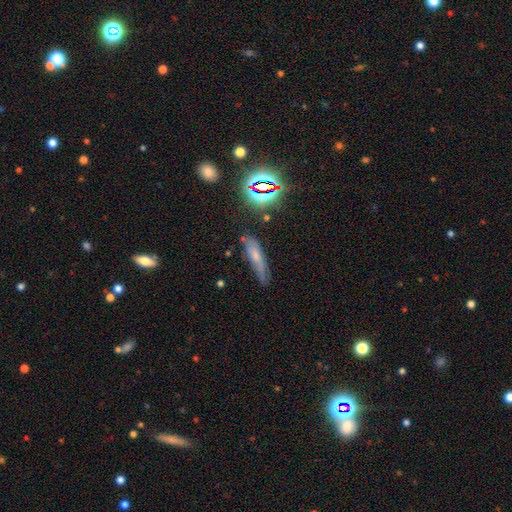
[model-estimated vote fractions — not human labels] Morphology: type=smooth (54%); roundness=cigar-shaped (72%); merging=none (57%).